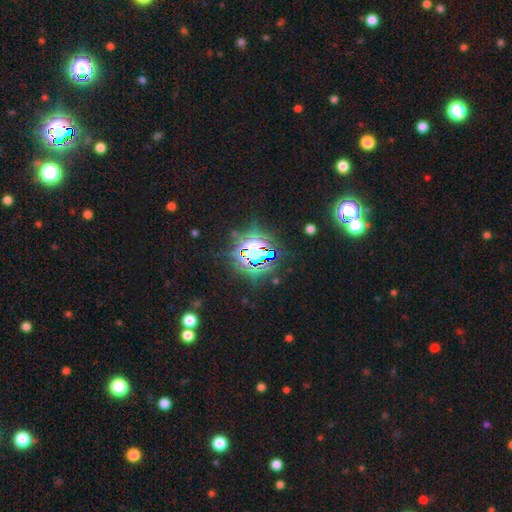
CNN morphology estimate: Smooth or featured? Predicted: star or artifact (p=0.76).